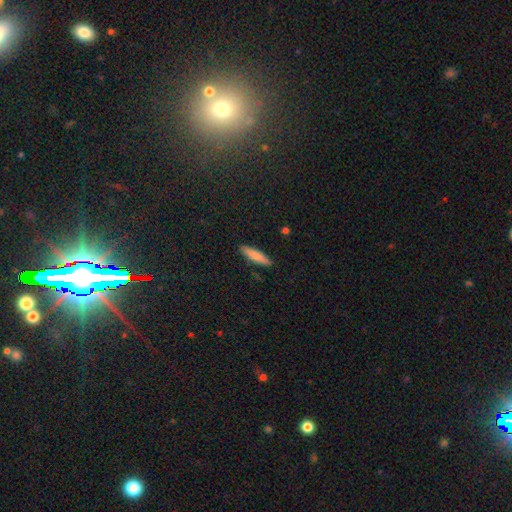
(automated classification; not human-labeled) Morphology: type=smooth (82%); roundness=cigar-shaped (80%); merging=none (89%).